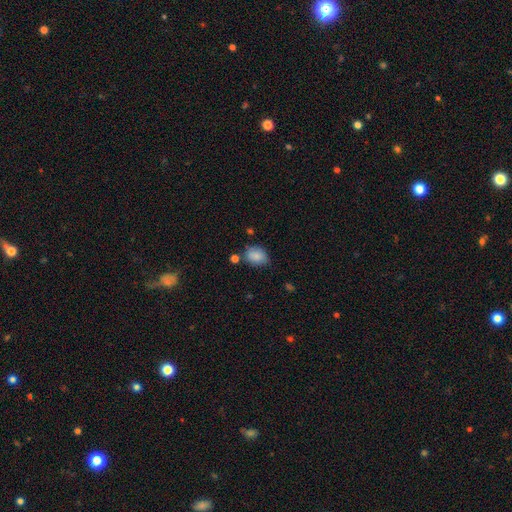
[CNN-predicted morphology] The model was most divided on "how rounded": in between: 63%, round: 36%, cigar-shaped: 1%. More confident: smooth or featured — smooth (85%); merging — none (68%).